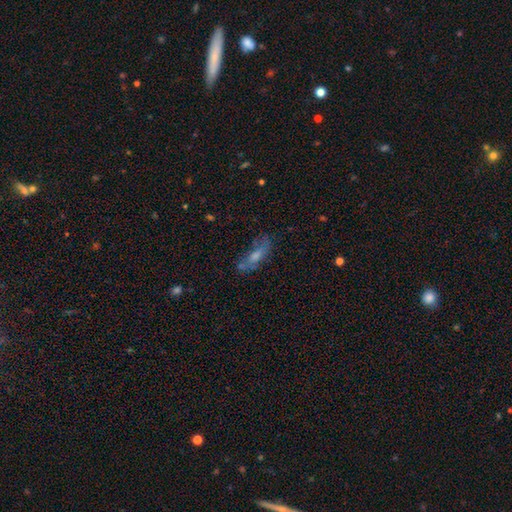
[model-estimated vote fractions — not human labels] Smooth or featured?
  - smooth: 44% *
  - featured or disk: 41%
  - star or artifact: 15%
Merging?
  - none: 56% *
  - minor disturbance: 22%
  - major disturbance: 13%
  - merger: 9%